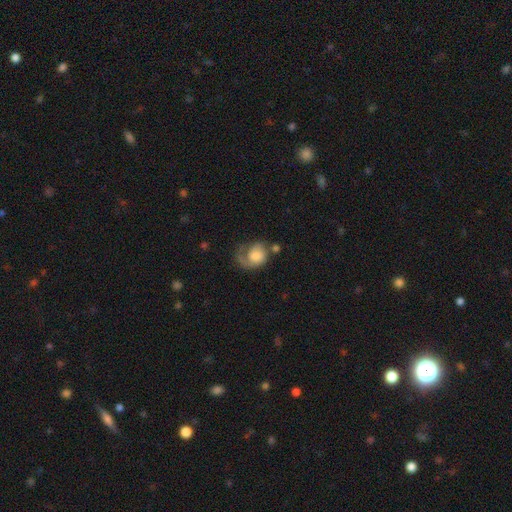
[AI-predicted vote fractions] The model was most divided on "merging" (2-way tie): none: 35%, major disturbance: 35%, minor disturbance: 22%, merger: 7%. Remaining: edge-on disk — no (98%); spiral arms — yes (85%); bar — no (74%); smooth or featured — featured or disk (53%); bulge size — large (32%).